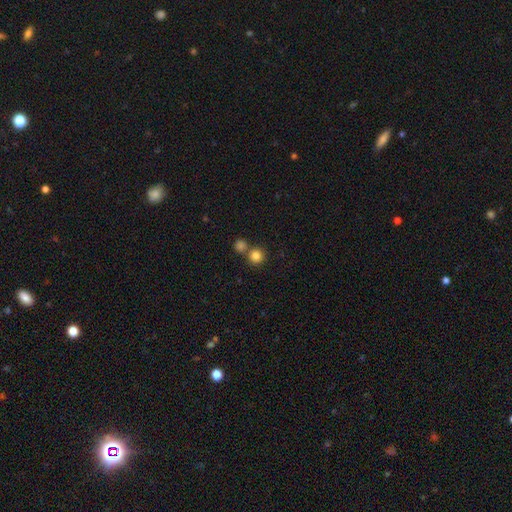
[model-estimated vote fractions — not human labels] Smooth or featured: smooth — 83% (star or artifact — 12%)
How rounded: round — 93% (in between — 6%)
Merging: none — 67% (merger — 24%)